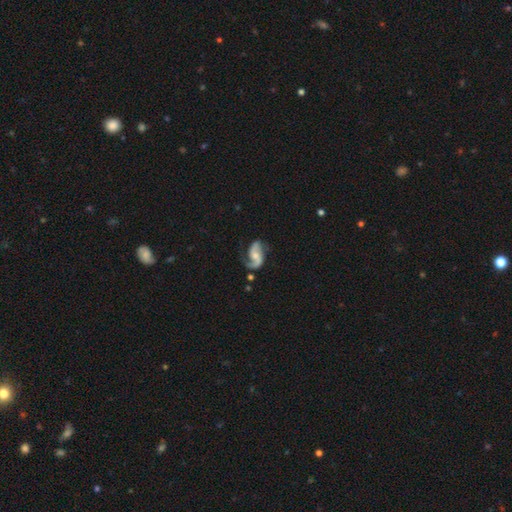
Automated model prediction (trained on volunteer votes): The model was most divided on "spiral winding": loose: 46%, medium: 43%, tight: 11%. Remaining: edge-on disk — no (98%); spiral arms — yes (97%); spiral arm count — 2 (89%); smooth or featured — featured or disk (88%); merging — none (66%); bar — no (47%); bulge size — moderate (42%).